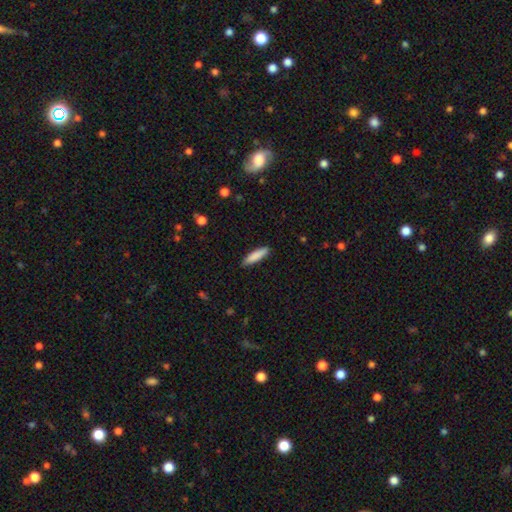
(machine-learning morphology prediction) Overall: smooth (86%). How rounded: cigar-shaped (78%). Merging: none (89%).